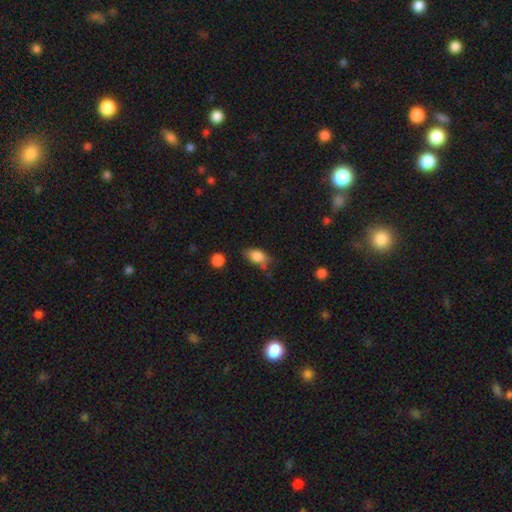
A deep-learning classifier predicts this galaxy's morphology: The model was most divided on "merging": none: 52%, minor disturbance: 31%, major disturbance: 10%, merger: 6%. More confident: how rounded — in between (85%); smooth or featured — smooth (81%).